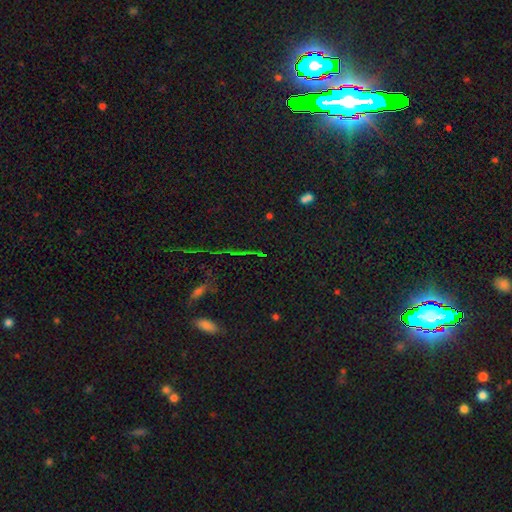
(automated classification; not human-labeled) Overall: star or artifact (70%).